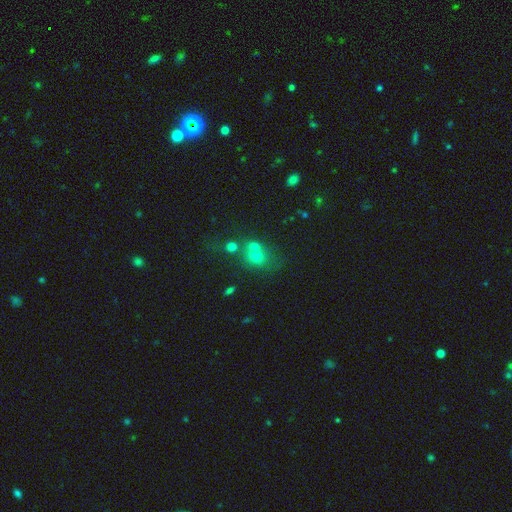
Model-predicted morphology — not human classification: A smooth galaxy with no disk features (65%) that is round (70%). Merging: merger (45%).